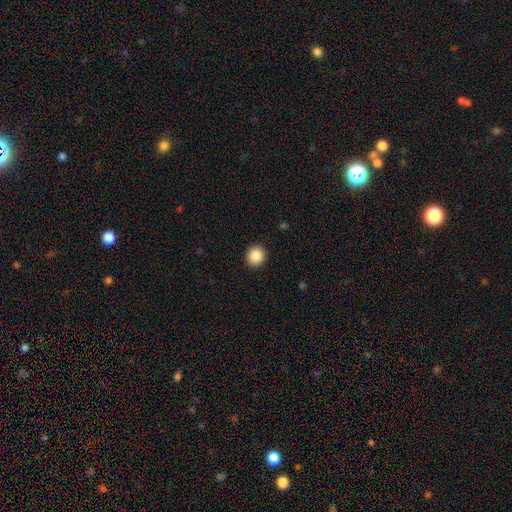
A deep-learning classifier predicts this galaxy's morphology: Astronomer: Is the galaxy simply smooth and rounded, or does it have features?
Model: smooth — 86%.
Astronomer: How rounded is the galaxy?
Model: round — 89%.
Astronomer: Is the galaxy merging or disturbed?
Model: none — 93%.